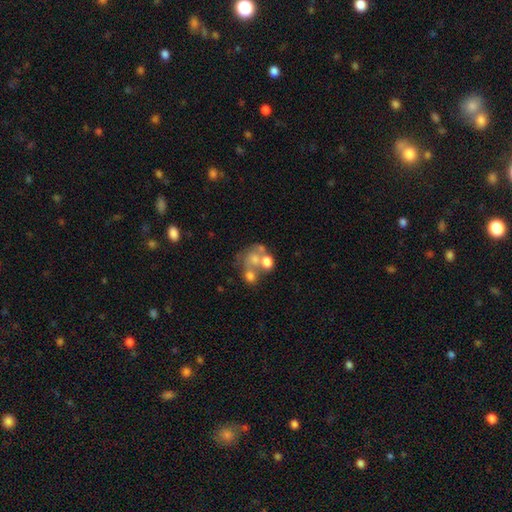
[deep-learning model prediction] This is marginally a featured or disk galaxy (38%). Merging: marginally none (40%).